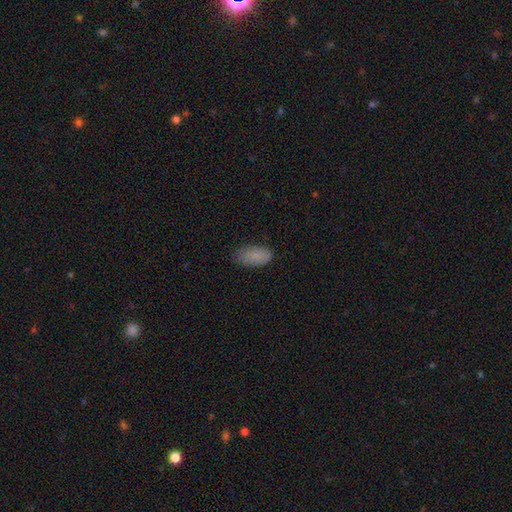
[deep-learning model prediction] Q: Smooth or featured?
A: smooth (86%); runner-up: star or artifact (8%)
Q: How rounded?
A: in between (93%); runner-up: cigar-shaped (4%)
Q: Merging?
A: none (72%); runner-up: minor disturbance (22%)